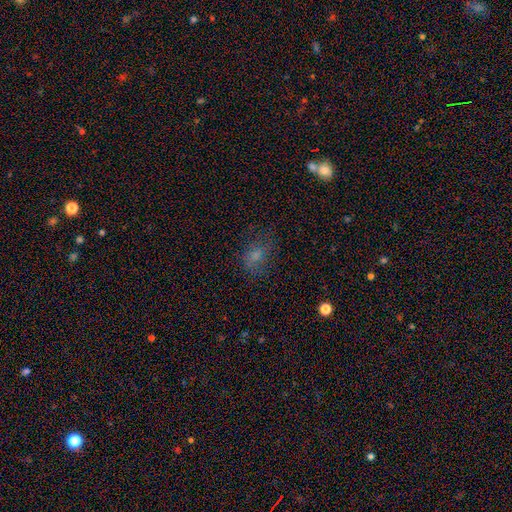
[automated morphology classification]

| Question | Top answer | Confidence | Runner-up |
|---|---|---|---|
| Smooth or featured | smooth | 65% | star or artifact (19%) |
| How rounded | in between | 73% | round (24%) |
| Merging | none | 62% | minor disturbance (22%) |